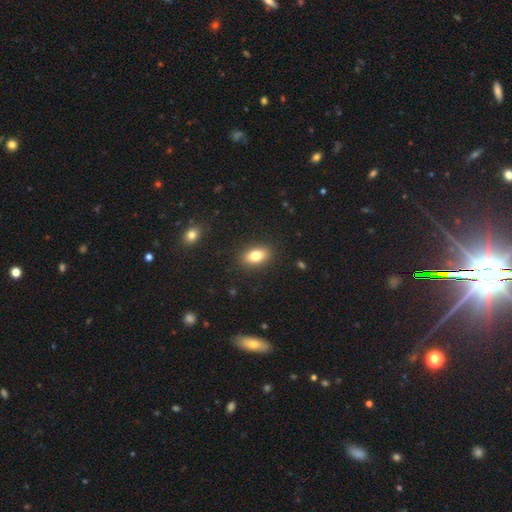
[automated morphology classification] The model was most divided on "smooth or featured": smooth: 78%, featured or disk: 13%, star or artifact: 9%. More confident: merging — none (88%); how rounded — in between (86%).